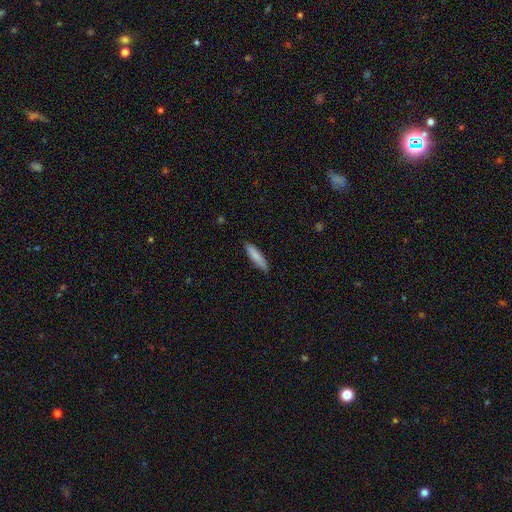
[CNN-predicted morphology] smooth_or_featured: smooth (p=0.85) [alt: featured or disk p=0.09]
how_rounded: cigar-shaped (p=0.71) [alt: in between p=0.28]
merging: none (p=0.86) [alt: minor disturbance p=0.11]